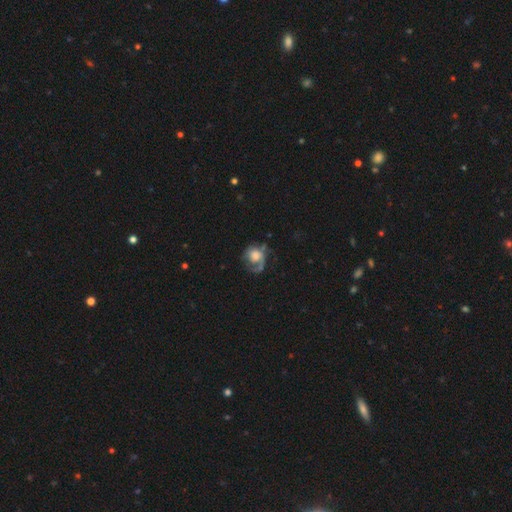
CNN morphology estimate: smooth_or_featured: featured or disk (p=0.55) [alt: smooth p=0.37]
disk_edge_on: no (p=0.97) [alt: yes p=0.03]
bar: no (p=0.79) [alt: weak p=0.18]
has_spiral_arms: yes (p=0.77) [alt: no p=0.23]
bulge_size: large (p=0.39) [alt: moderate p=0.33]
merging: none (p=0.44) [alt: major disturbance p=0.30]